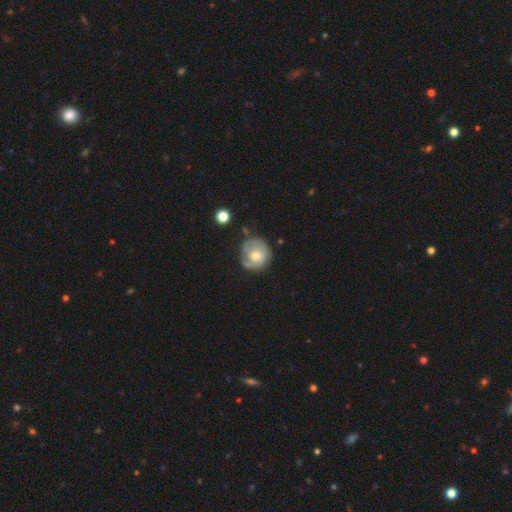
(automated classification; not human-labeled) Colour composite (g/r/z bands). It shows a featured or disk galaxy (58%) with no bar (79%), spiral arms (72%) and a moderate central bulge (68%). Merging: none (60%).